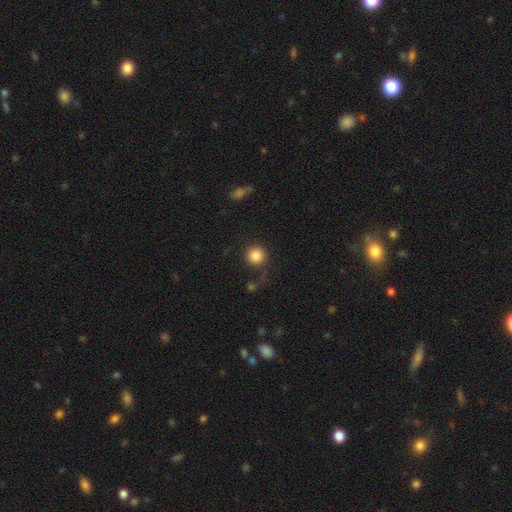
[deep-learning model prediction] Q: Smooth or featured?
A: smooth (86%); runner-up: star or artifact (10%)
Q: How rounded?
A: round (94%); runner-up: in between (5%)
Q: Merging?
A: none (79%); runner-up: minor disturbance (10%)